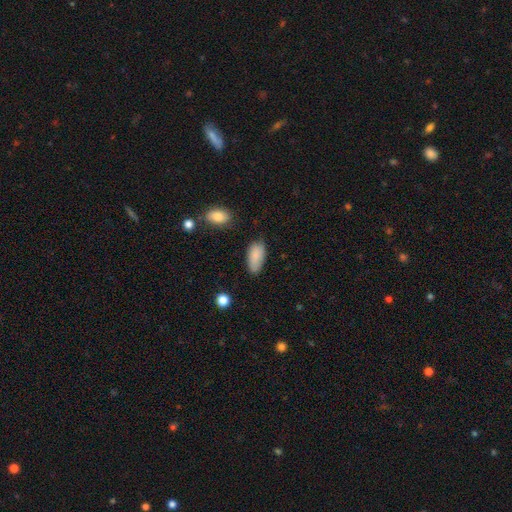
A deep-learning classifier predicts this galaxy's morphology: Smooth or featured? smooth (86%)
How rounded? in between (92%)
Merging? none (64%)